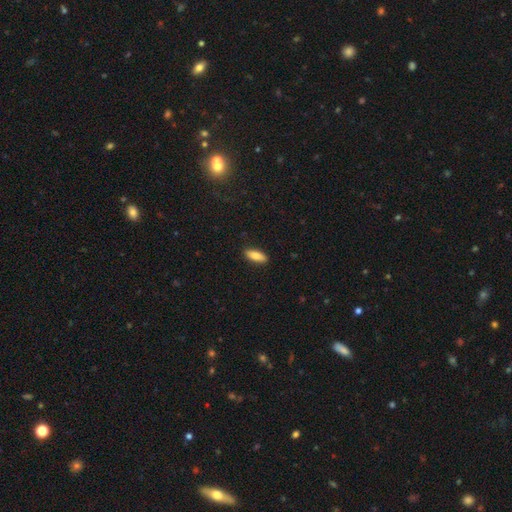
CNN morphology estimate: Q: Smooth or featured?
A: smooth (84%); runner-up: featured or disk (9%)
Q: How rounded?
A: in between (69%); runner-up: cigar-shaped (29%)
Q: Merging?
A: none (89%); runner-up: minor disturbance (9%)